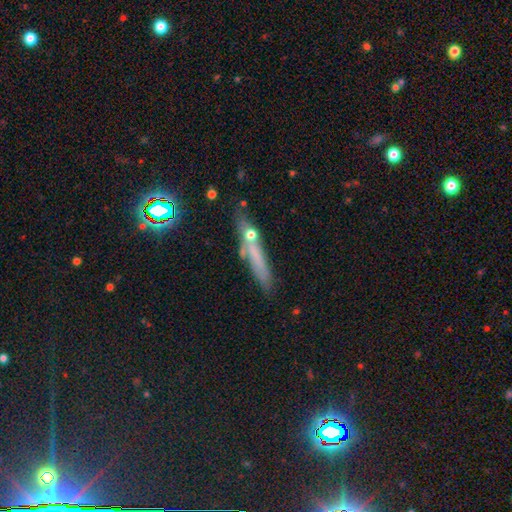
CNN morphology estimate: This appears to be a smooth galaxy with no disk features (54%) that is cigar-shaped (87%). Merging: none (69%).